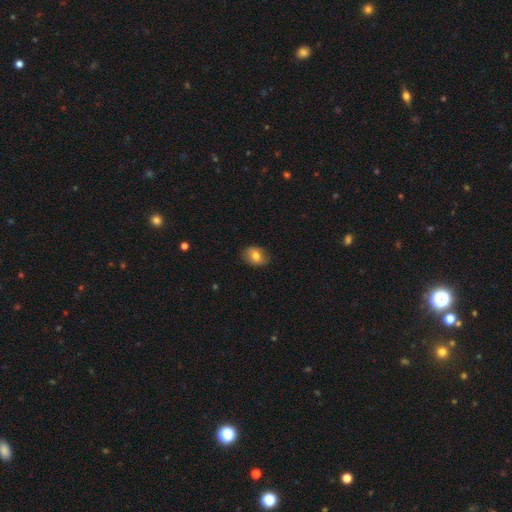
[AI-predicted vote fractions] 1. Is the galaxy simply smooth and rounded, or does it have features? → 72% smooth, 19% featured or disk, 9% star or artifact.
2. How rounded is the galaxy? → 68% in between, 31% round, 1% cigar-shaped.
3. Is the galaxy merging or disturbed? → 81% none, 15% minor disturbance, 3% major disturbance, 1% merger.